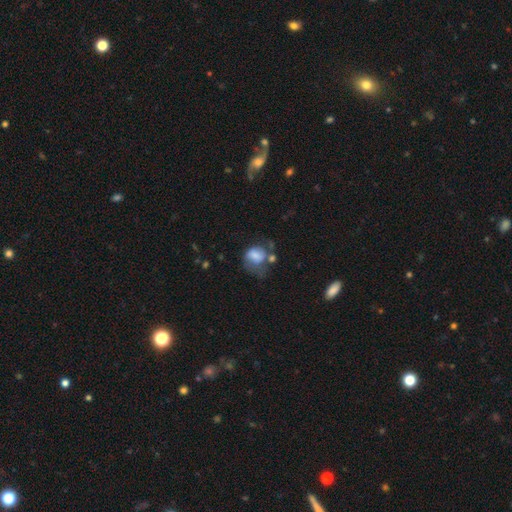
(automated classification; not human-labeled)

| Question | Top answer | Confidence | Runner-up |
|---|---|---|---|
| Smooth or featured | smooth | 63% | featured or disk (28%) |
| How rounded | round | 52% | in between (47%) |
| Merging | major disturbance | 37% | minor disturbance (25%) |